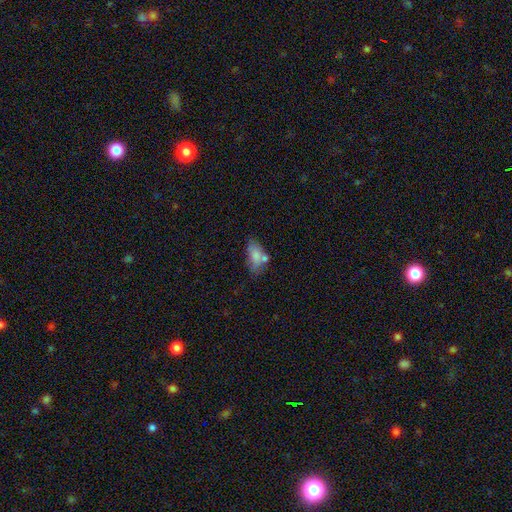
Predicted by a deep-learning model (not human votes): A smooth galaxy with no disk features (75%) that is in between round and cigar-shaped (89%). Merging: none (42%).